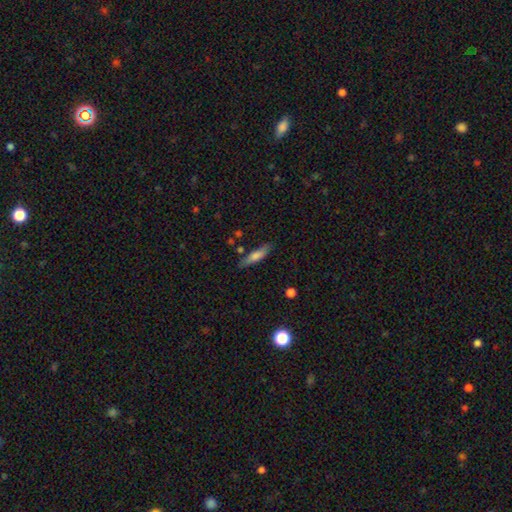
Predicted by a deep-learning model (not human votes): smooth_or_featured: smooth (p=0.69) [alt: featured or disk p=0.24]
how_rounded: cigar-shaped (p=0.75) [alt: in between p=0.23]
merging: none (p=0.81) [alt: minor disturbance p=0.13]